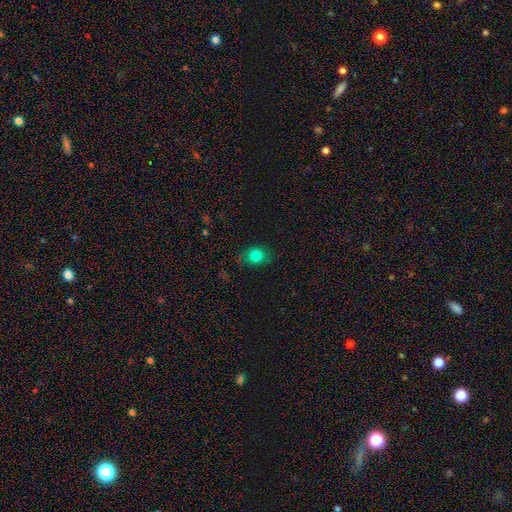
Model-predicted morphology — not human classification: smooth-or-featured: smooth: 81% | star or artifact: 13% | featured or disk: 6%
  how-rounded: round: 58% | in between: 40% | cigar-shaped: 1%
  merging: none: 79% | minor disturbance: 16% | major disturbance: 4% | merger: 1%